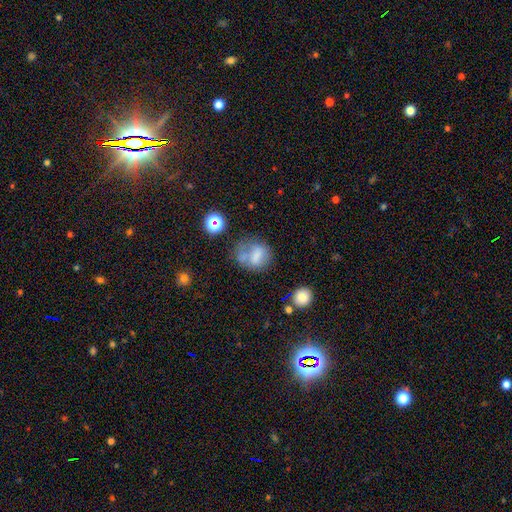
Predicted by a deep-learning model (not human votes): Smooth or featured: smooth — 60% (featured or disk — 26%)
How rounded: round — 59% (in between — 39%)
Merging: none — 40% (minor disturbance — 25%)